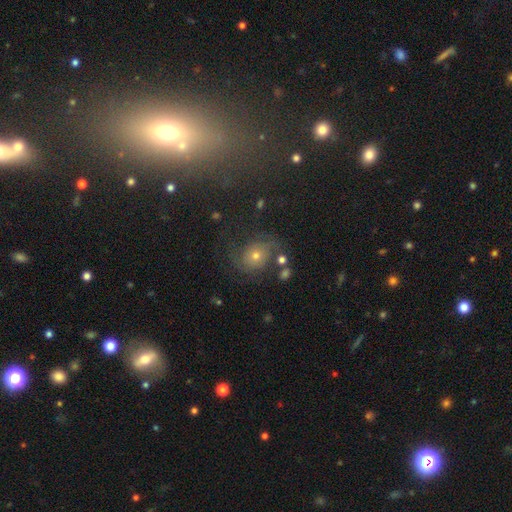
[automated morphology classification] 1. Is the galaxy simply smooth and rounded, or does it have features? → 48% featured or disk, 32% smooth, 20% star or artifact.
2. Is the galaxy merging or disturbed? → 62% none, 18% minor disturbance, 15% major disturbance, 5% merger.